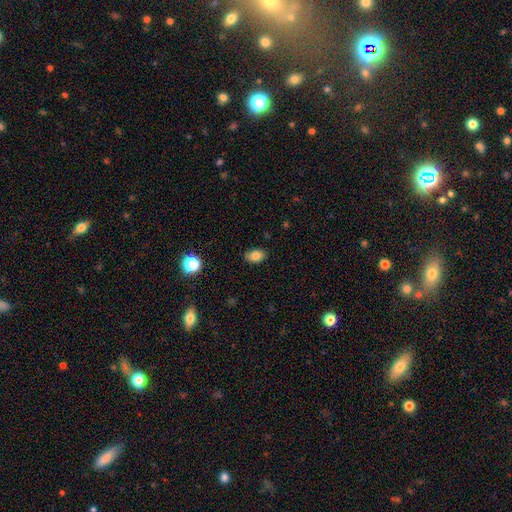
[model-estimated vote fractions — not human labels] smooth_or_featured: smooth (p=0.81) [alt: star or artifact p=0.10]
how_rounded: in between (p=0.81) [alt: round p=0.18]
merging: none (p=0.81) [alt: minor disturbance p=0.15]